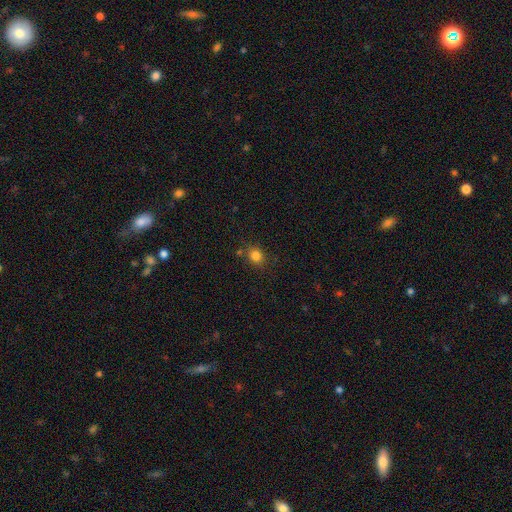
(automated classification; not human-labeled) Smooth or featured: smooth — 82% (star or artifact — 13%)
How rounded: round — 72% (in between — 27%)
Merging: none — 77% (minor disturbance — 13%)